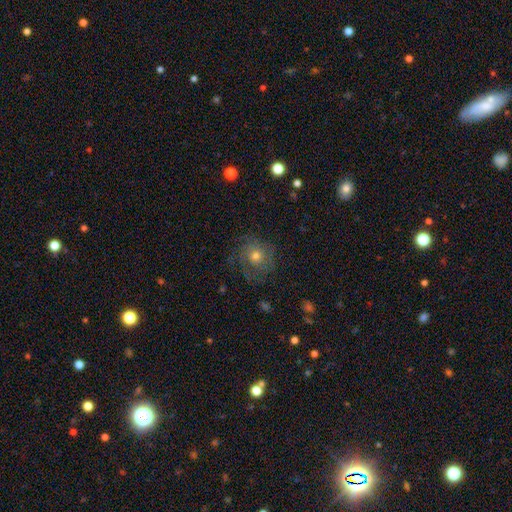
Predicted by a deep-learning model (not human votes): Morphology: type=featured or disk (53%); edge-on=no (97%); bar=no (83%); spiral arms=yes (82%); bulge=moderate (58%); merging=none (72%).